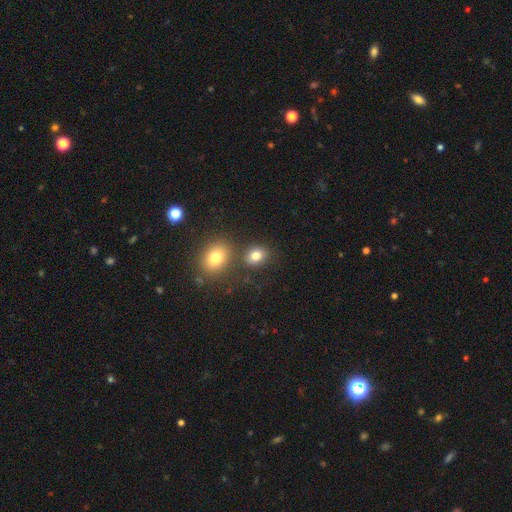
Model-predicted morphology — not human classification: Smooth or featured: smooth — 80% (star or artifact — 12%)
How rounded: in between — 54% (round — 45%)
Merging: none — 71% (merger — 15%)